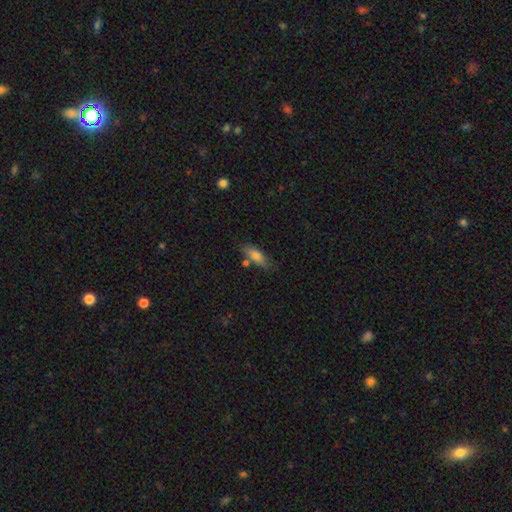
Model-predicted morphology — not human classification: Q: Smooth or featured?
A: smooth (74%); runner-up: featured or disk (18%)
Q: How rounded?
A: in between (72%); runner-up: cigar-shaped (25%)
Q: Merging?
A: none (68%); runner-up: minor disturbance (18%)